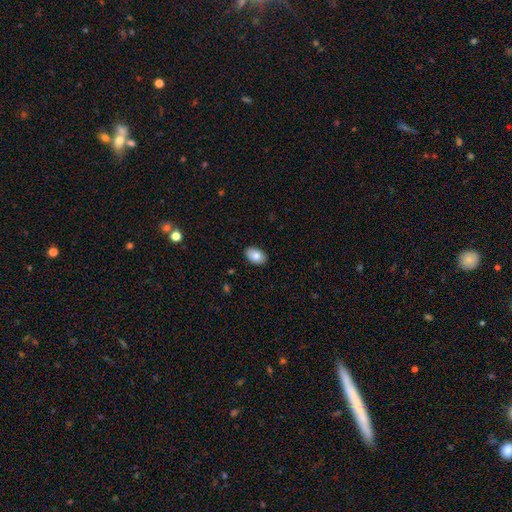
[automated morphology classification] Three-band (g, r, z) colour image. It shows a smooth galaxy with no disk features (84%) that is in between round and cigar-shaped (89%). Merging: none (88%).